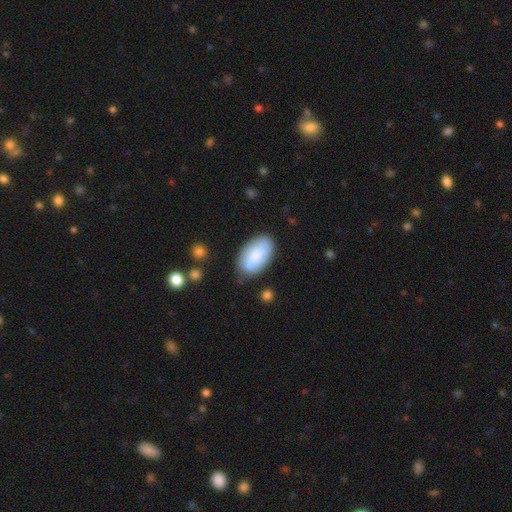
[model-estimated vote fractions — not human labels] Morphology: type=smooth (73%); roundness=in between (94%); merging=none (70%).